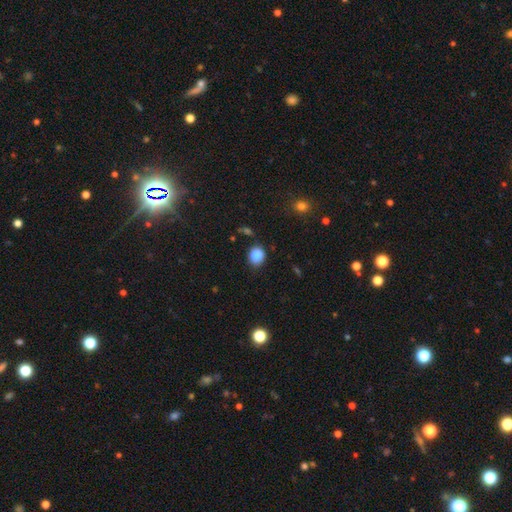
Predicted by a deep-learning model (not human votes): A smooth galaxy with no disk features (85%) that is round (61%).

Vote fractions:
- Smooth or featured? smooth: 85% / star or artifact: 10% / featured or disk: 5%
- How rounded? round: 61% / in between: 39% / cigar-shaped: 1%
- Merging? none: 82% / minor disturbance: 13% / major disturbance: 3% / merger: 3%